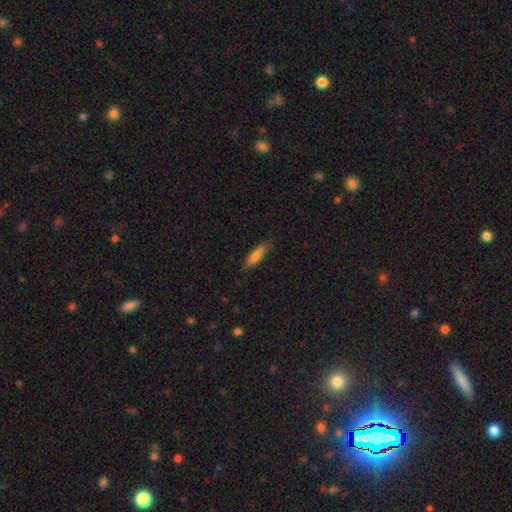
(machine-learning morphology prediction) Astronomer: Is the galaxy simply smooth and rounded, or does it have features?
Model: smooth — 78%.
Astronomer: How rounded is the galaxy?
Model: cigar-shaped — 71%.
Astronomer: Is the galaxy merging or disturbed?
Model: none — 83%.